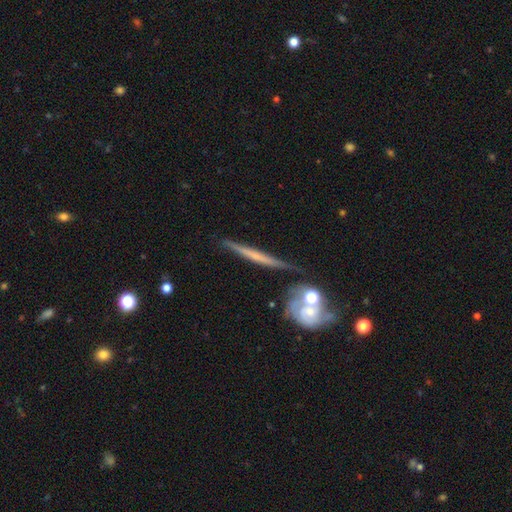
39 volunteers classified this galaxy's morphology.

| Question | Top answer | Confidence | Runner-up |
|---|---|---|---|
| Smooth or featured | featured or disk | 59% | smooth (38%) |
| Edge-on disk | yes | 91% | no (9%) |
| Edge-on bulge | none | 90% | rounded (10%) |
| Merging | none | 66% | minor disturbance (18%) |